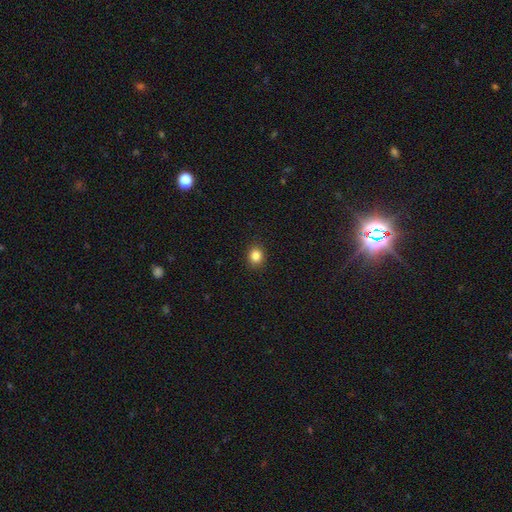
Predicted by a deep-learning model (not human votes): smooth_or_featured: smooth (p=0.85) [alt: star or artifact p=0.11]
how_rounded: round (p=0.75) [alt: in between p=0.24]
merging: none (p=0.91) [alt: minor disturbance p=0.06]